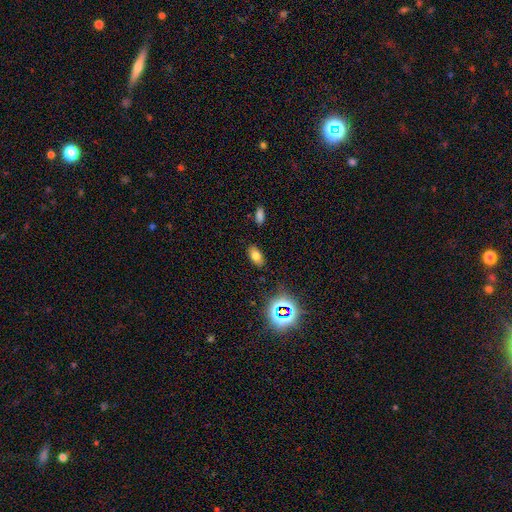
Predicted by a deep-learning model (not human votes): A smooth galaxy with no disk features (72%) that is in between round and cigar-shaped (89%). Merging: none (84%).